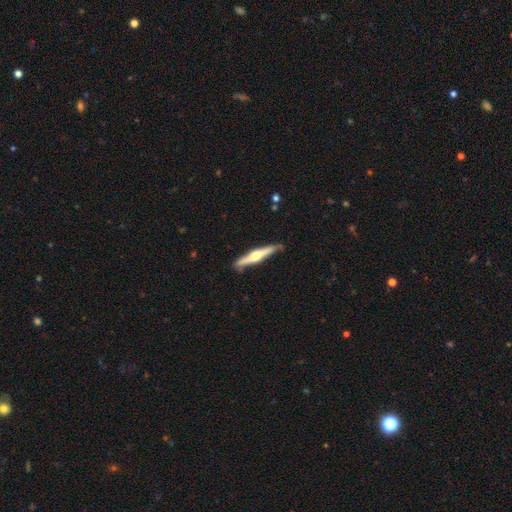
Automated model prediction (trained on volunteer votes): The model was most divided on "smooth or featured": featured or disk: 66%, smooth: 30%, star or artifact: 5%. More confident: edge-on disk — yes (97%); edge-on bulge — rounded (92%); merging — none (84%).